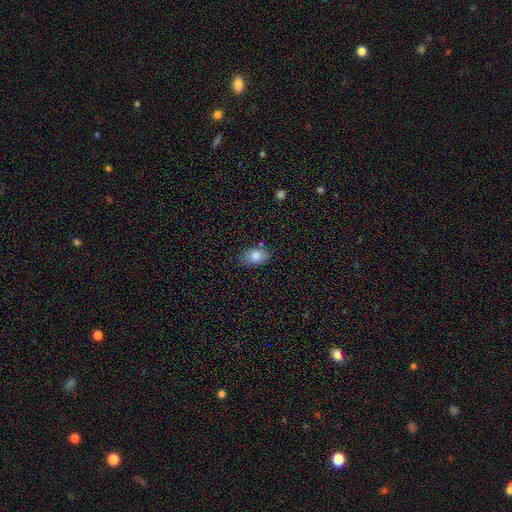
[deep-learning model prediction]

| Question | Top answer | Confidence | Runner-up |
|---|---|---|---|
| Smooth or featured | smooth | 81% | featured or disk (11%) |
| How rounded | in between | 86% | round (13%) |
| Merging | none | 76% | minor disturbance (17%) |